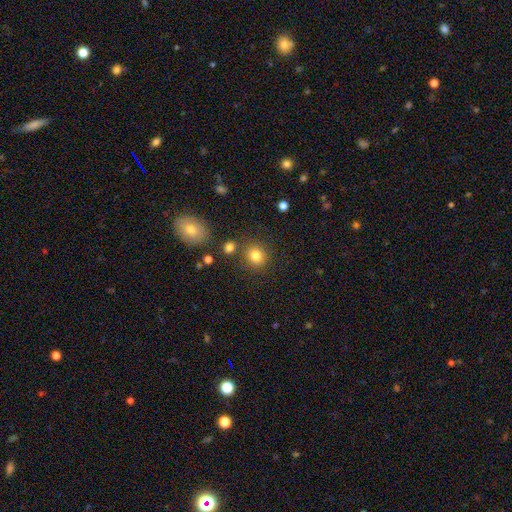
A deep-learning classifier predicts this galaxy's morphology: A smooth galaxy with no disk features (81%) that is round (85%).

Vote fractions:
- Smooth or featured? smooth: 81% / star or artifact: 13% / featured or disk: 6%
- How rounded? round: 85% / in between: 14% / cigar-shaped: 1%
- Merging? none: 80% / minor disturbance: 9% / merger: 7% / major disturbance: 4%